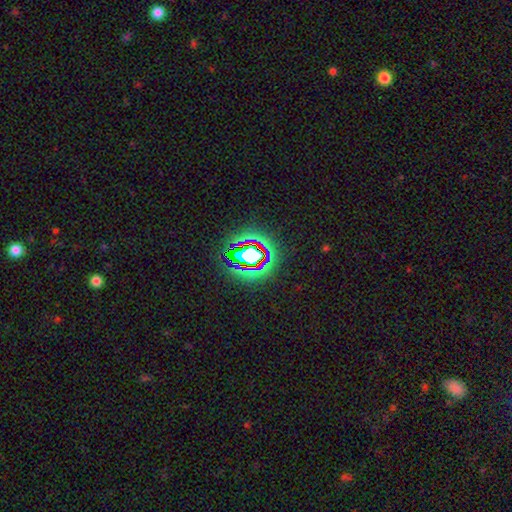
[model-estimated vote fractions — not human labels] Morphology: type=star or artifact (69%).